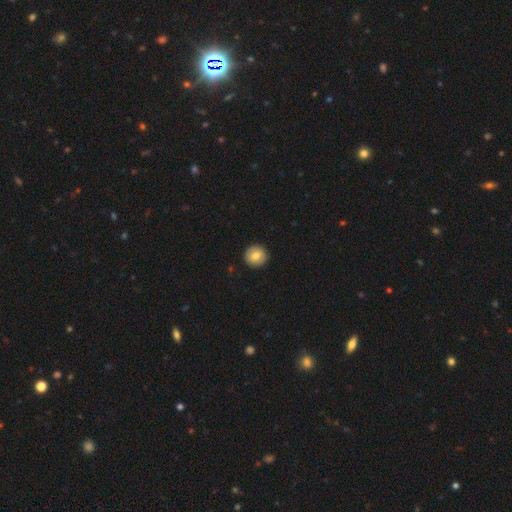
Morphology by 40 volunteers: A smooth galaxy with no disk features (70%) that is round (100%). Merging: none (92%).